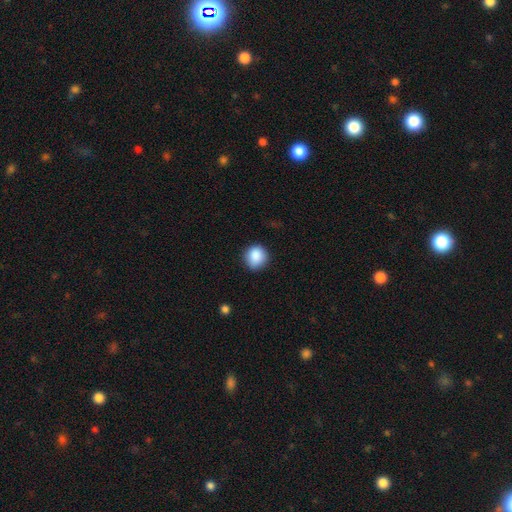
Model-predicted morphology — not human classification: smooth 88%, star or artifact 8%, featured or disk 3%. Down the decision tree: how rounded — round (88%); merging — none (86%).